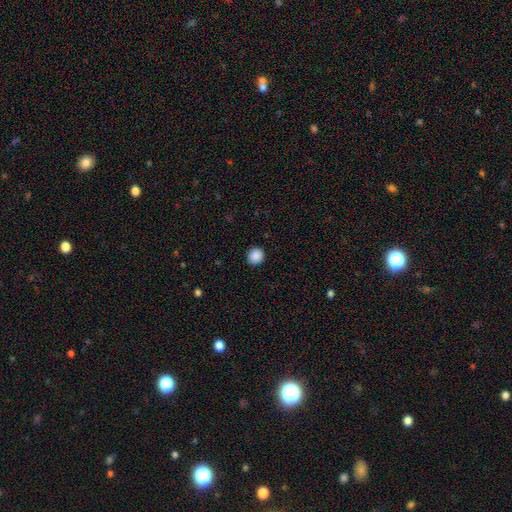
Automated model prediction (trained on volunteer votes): Q: Smooth or featured?
A: smooth (89%); runner-up: star or artifact (9%)
Q: How rounded?
A: round (91%); runner-up: in between (8%)
Q: Merging?
A: none (92%); runner-up: minor disturbance (5%)